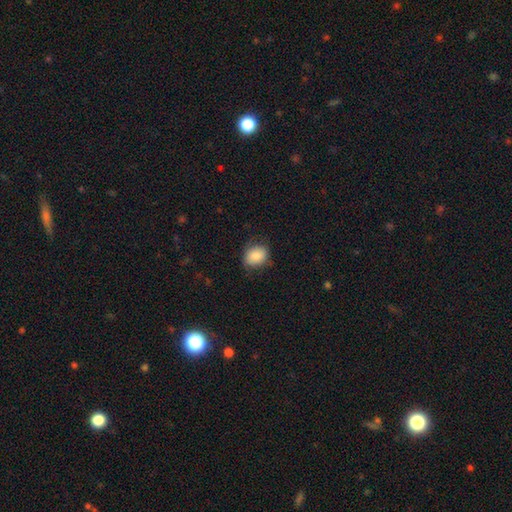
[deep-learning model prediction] Smooth or featured? smooth (84%)
How rounded? in between (54%)
Merging? none (74%)